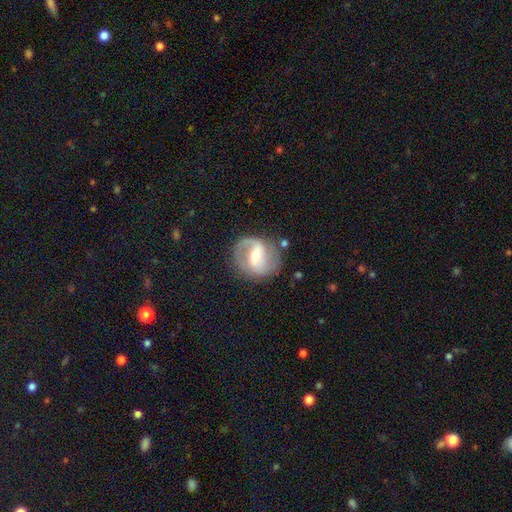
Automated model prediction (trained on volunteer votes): This appears to be a featured or disk galaxy (81%) with a weak bar (46%), 2 (82%) medium (50%) spiral arms (91%) and a moderate central bulge (54%). Merging: none (75%).